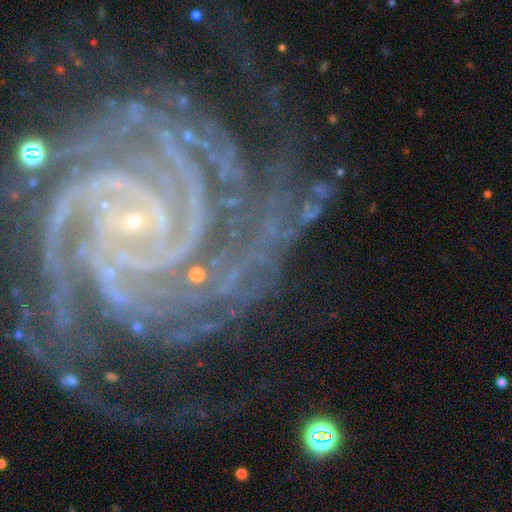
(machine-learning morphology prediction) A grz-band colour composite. It shows a featured or disk galaxy (90%) with no bar (43%), 4 (23%) tight (75%) spiral arms (99%) and a small central bulge (86%). Merging: none (69%).